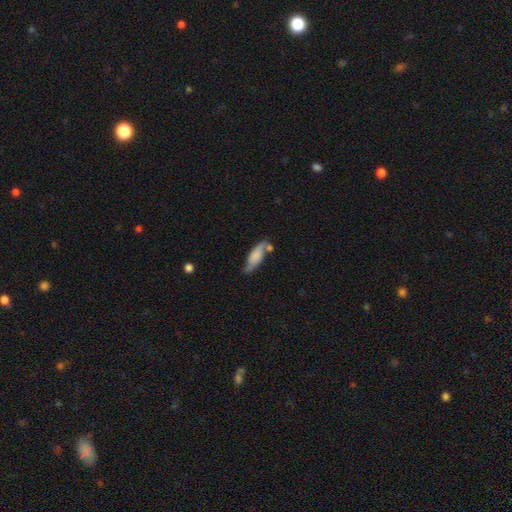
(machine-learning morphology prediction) Smooth or featured? Predicted: smooth (p=0.59). How rounded? Predicted: in between (p=0.54). Merging? Predicted: none (p=0.59).